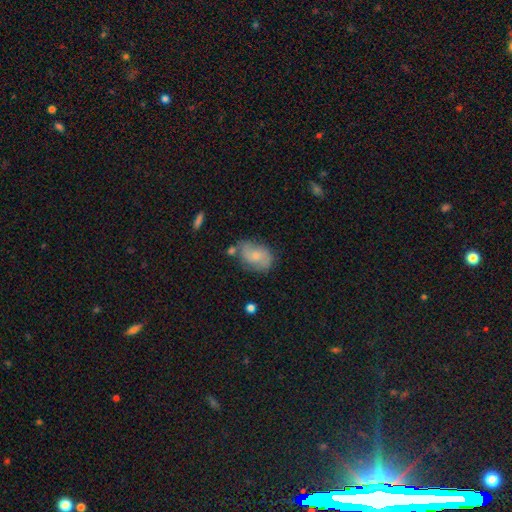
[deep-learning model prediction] Smooth or featured? Predicted: smooth (p=0.51). How rounded? Predicted: in between (p=0.82). Merging? Predicted: none (p=0.61).